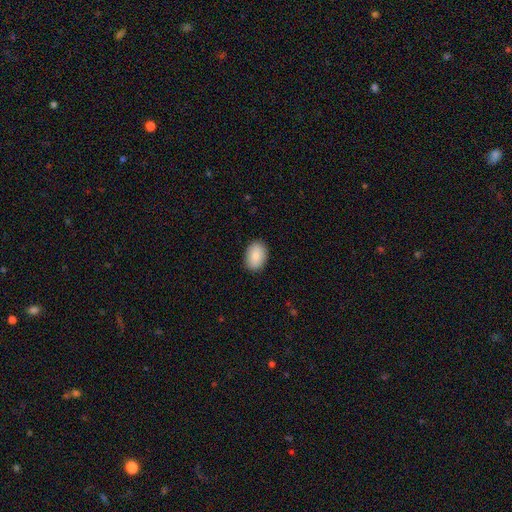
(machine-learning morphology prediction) smooth_or_featured: smooth (p=0.87) [alt: star or artifact p=0.07]
how_rounded: in between (p=0.84) [alt: round p=0.15]
merging: none (p=0.89) [alt: minor disturbance p=0.08]